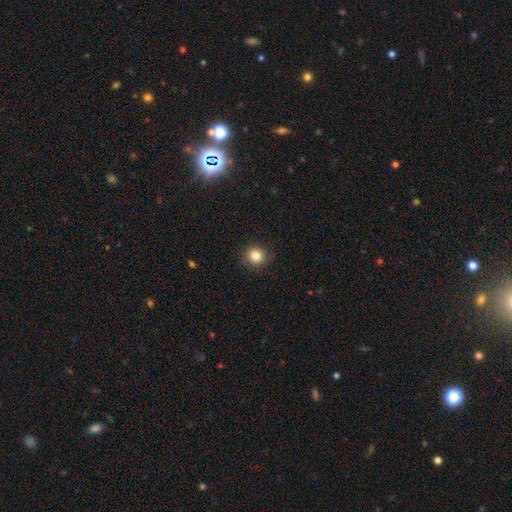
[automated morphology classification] smooth 85%, star or artifact 11%, featured or disk 5%. Down the decision tree: how rounded — round (91%); merging — none (88%).